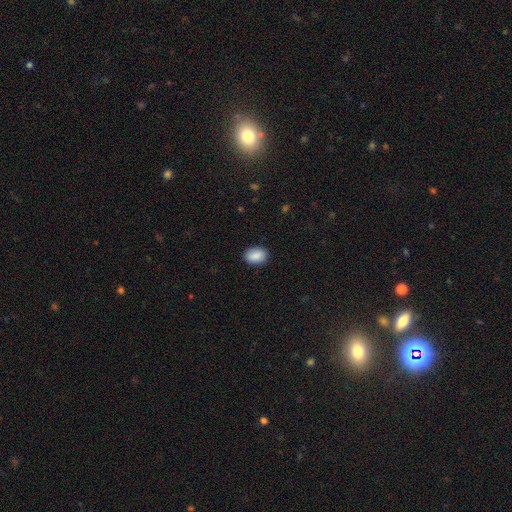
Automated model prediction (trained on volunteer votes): smooth-or-featured: smooth: 89% | star or artifact: 7% | featured or disk: 5%
  how-rounded: in between: 81% | round: 18% | cigar-shaped: 1%
  merging: none: 88% | minor disturbance: 9% | major disturbance: 2% | merger: 1%